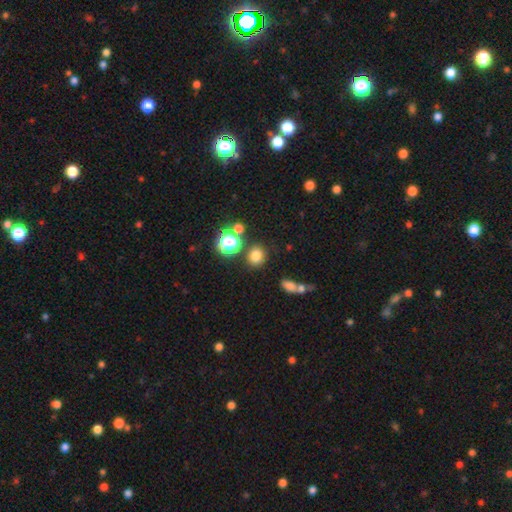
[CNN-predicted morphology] type=smooth (76%); roundness=round (75%); merging=none (81%).